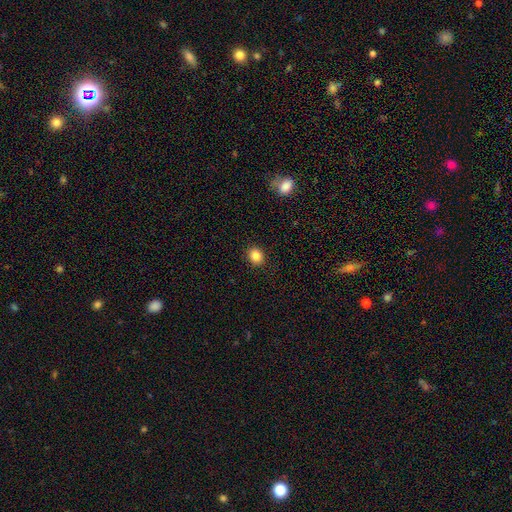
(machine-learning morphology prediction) smooth_or_featured: smooth (p=0.86) [alt: star or artifact p=0.10]
how_rounded: round (p=0.67) [alt: in between p=0.32]
merging: none (p=0.91) [alt: minor disturbance p=0.06]